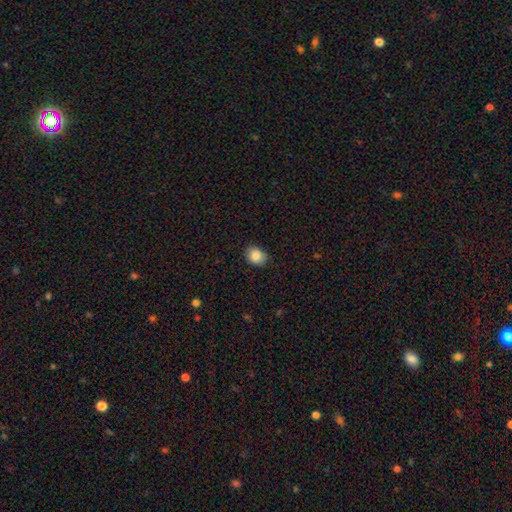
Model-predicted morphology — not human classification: Smooth or featured? Predicted: smooth (p=0.86). How rounded? Predicted: round (p=0.51). Merging? Predicted: none (p=0.85).